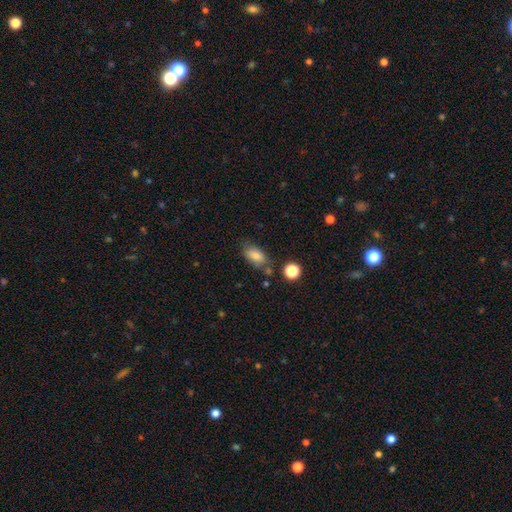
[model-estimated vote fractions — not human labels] smooth 82%, star or artifact 9%, featured or disk 9%. Down the decision tree: how rounded — in between (89%); merging — none (68%).